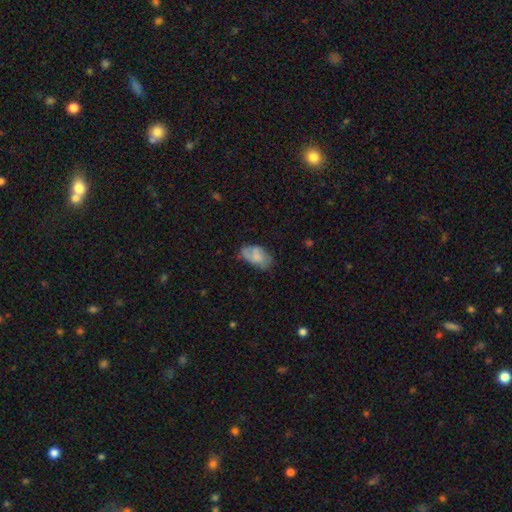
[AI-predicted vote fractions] The model was most divided on "merging": none: 53%, minor disturbance: 32%, major disturbance: 12%, merger: 3%. More confident: how rounded — in between (93%); smooth or featured — smooth (67%).